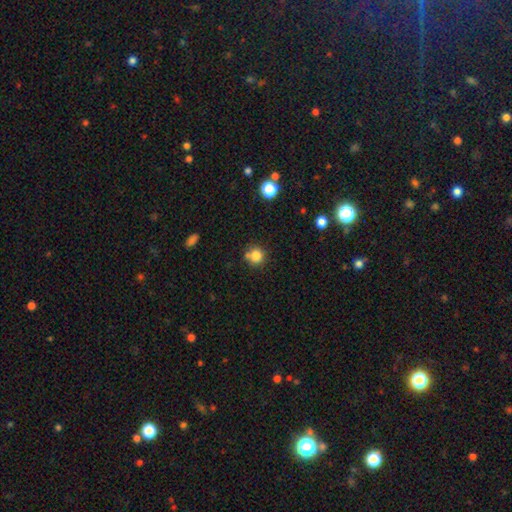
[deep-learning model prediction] Morphology: type=smooth (82%); roundness=round (90%); merging=none (70%).